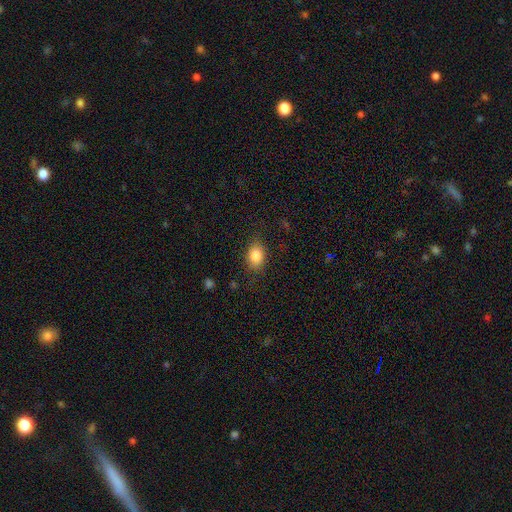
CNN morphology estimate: Overall: smooth (84%). How rounded: in between (71%). Merging: none (80%).